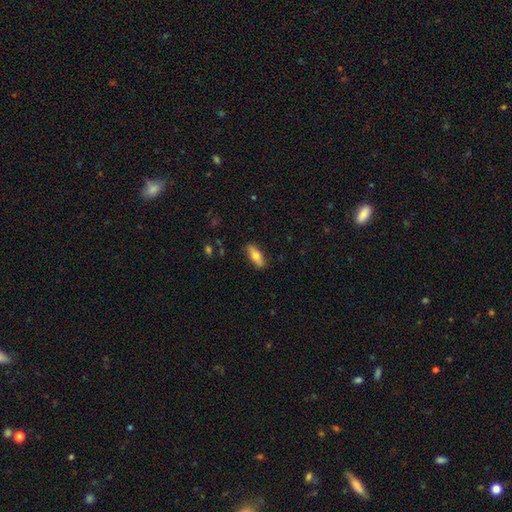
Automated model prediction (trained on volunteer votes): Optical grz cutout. It shows a smooth galaxy with no disk features (67%) that is in between round and cigar-shaped (65%). Merging: none (85%).